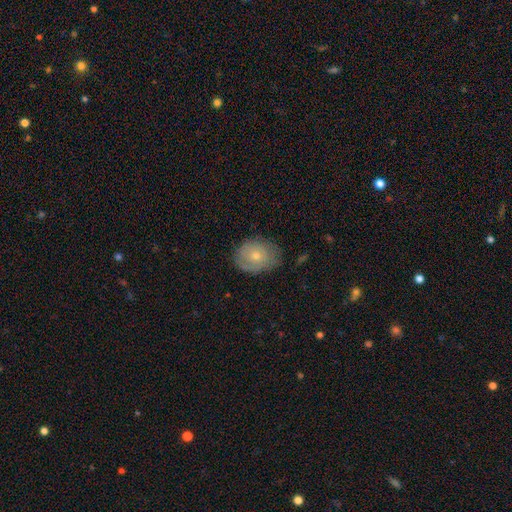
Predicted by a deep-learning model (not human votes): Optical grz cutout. It shows a smooth galaxy with no disk features (52%) that is in between round and cigar-shaped (52%). Merging: none (70%).